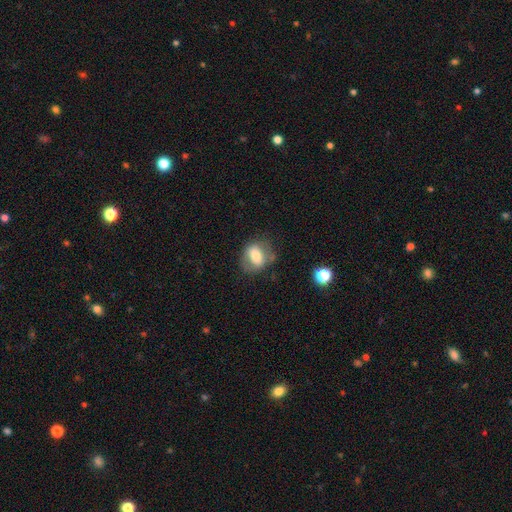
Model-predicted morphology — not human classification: Overall: smooth (62%; featured or disk 30%). How rounded: in between (62%; round 36%). Merging: none (65%).